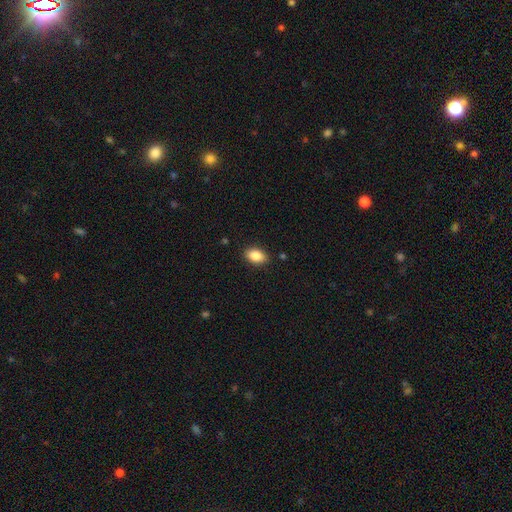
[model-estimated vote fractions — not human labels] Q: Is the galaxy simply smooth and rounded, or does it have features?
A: smooth — 86%.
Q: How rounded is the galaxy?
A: in between — 87%.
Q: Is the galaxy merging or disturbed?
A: none — 87%.